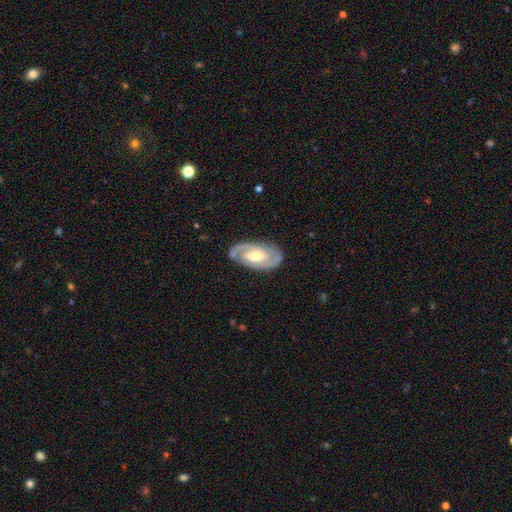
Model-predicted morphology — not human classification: smooth-or-featured: featured or disk: 85% | smooth: 11% | star or artifact: 4%
  disk-edge-on: no: 96% | yes: 4%
    bar: weak: 45% | no: 35% | strong: 20%
    has-spiral-arms: yes: 94% | no: 6%
      spiral-winding: tight: 52% | medium: 40% | loose: 9%
      spiral-arm-count: 2: 88% | can't tell: 6% | 1: 2% | 3: 2% | 4: 1% | more than 4: 1%
    bulge-size: moderate: 67% | small: 20% | large: 10% | none: 2% | dominant: 1%
  merging: none: 83% | minor disturbance: 12% | major disturbance: 3% | merger: 1%